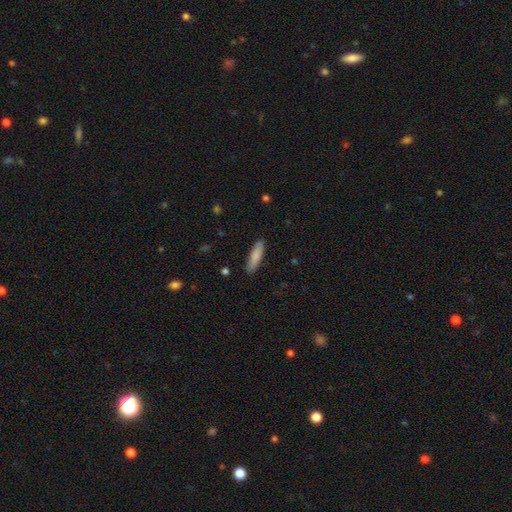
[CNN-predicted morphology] A smooth galaxy with no disk features (83%) that is cigar-shaped (72%). Merging: none (88%).